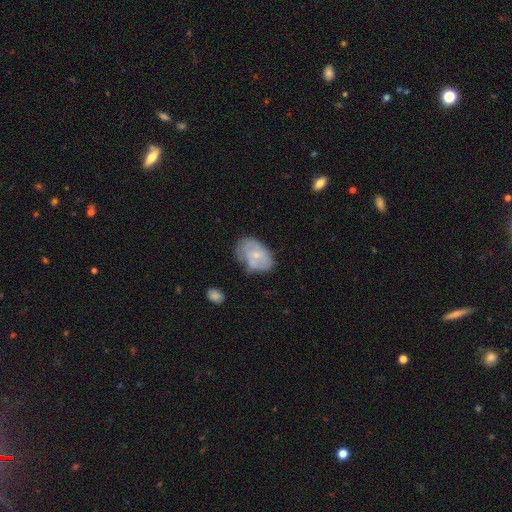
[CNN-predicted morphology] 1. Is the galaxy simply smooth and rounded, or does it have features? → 48% featured or disk, 46% smooth, 7% star or artifact.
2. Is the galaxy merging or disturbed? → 45% none, 32% minor disturbance, 14% major disturbance, 9% merger.